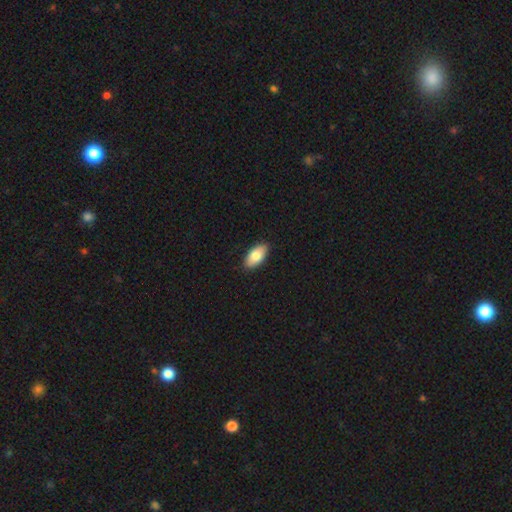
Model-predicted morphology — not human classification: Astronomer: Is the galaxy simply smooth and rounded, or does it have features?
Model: smooth — 80%.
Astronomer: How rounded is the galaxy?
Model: in between — 92%.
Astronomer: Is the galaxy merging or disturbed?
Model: none — 89%.